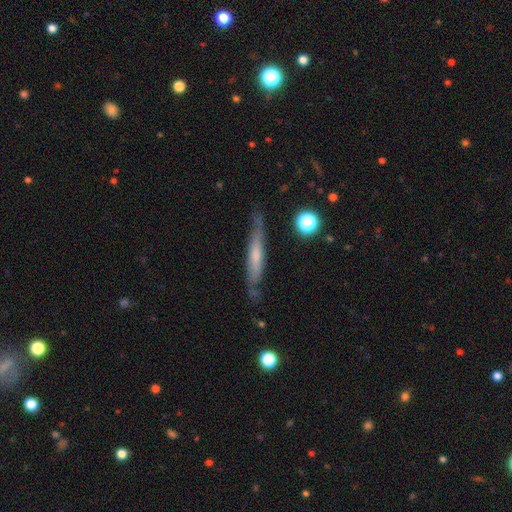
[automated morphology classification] Q: Smooth or featured?
A: featured or disk (49%); runner-up: smooth (43%)
Q: Merging?
A: none (71%); runner-up: minor disturbance (21%)